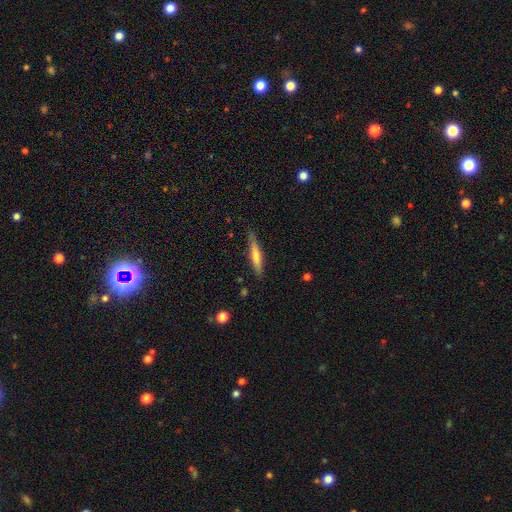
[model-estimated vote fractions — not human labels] A smooth galaxy with no disk features (57%) that is cigar-shaped (89%). Merging: none (85%).